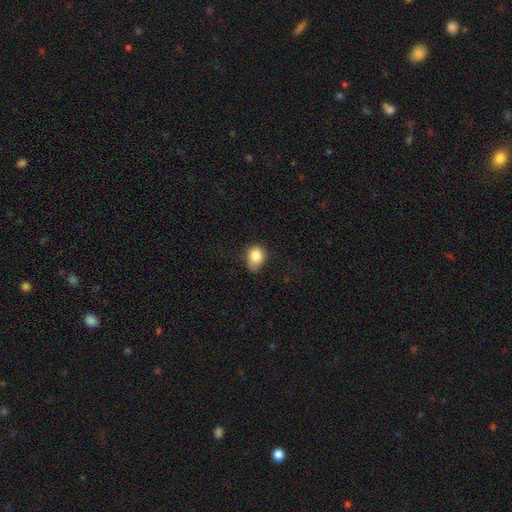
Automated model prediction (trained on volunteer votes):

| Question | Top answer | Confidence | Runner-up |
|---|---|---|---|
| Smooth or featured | smooth | 83% | star or artifact (10%) |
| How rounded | in between | 55% | round (44%) |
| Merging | none | 54% | minor disturbance (35%) |